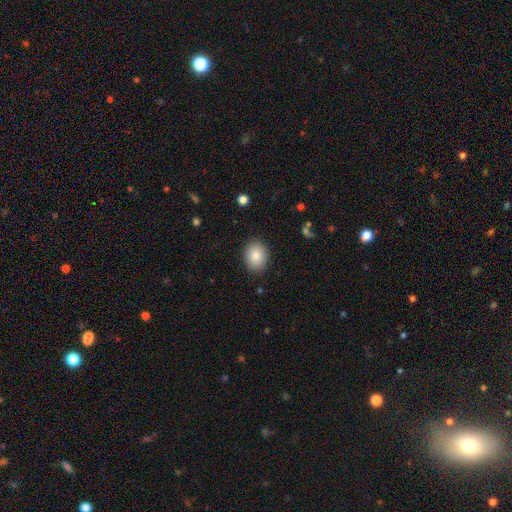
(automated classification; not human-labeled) Smooth or featured? Predicted: smooth (p=0.85). How rounded? Predicted: in between (p=0.54). Merging? Predicted: none (p=0.88).